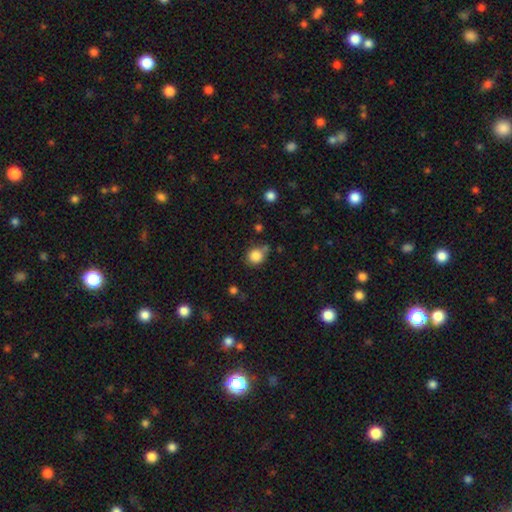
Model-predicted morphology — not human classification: smooth_or_featured: smooth (p=0.84) [alt: star or artifact p=0.10]
how_rounded: round (p=0.79) [alt: in between p=0.20]
merging: none (p=0.63) [alt: minor disturbance p=0.22]